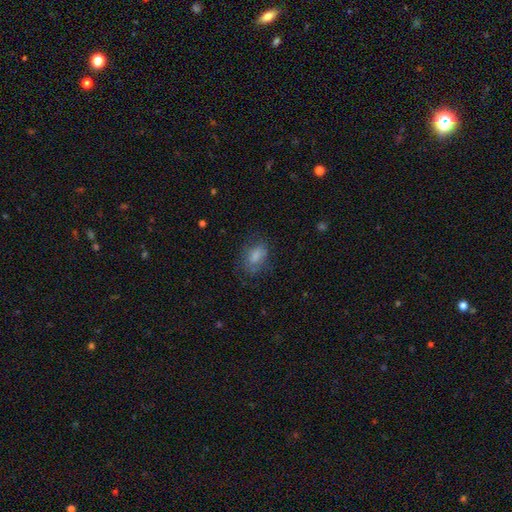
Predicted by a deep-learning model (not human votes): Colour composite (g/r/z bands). It shows a smooth galaxy with no disk features (78%) that is in between round and cigar-shaped (86%). Merging: none (66%).